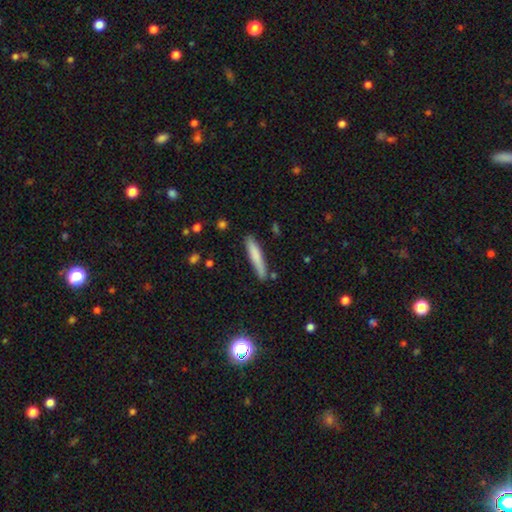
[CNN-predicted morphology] Overall: smooth (76%). How rounded: cigar-shaped (91%). Merging: none (82%).